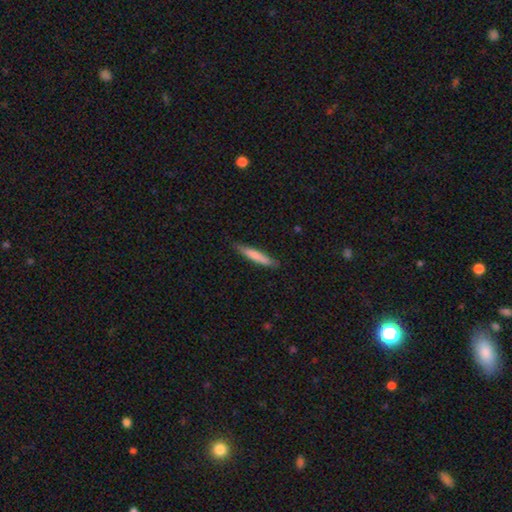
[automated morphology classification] Smooth or featured? smooth (75%)
How rounded? cigar-shaped (92%)
Merging? none (86%)